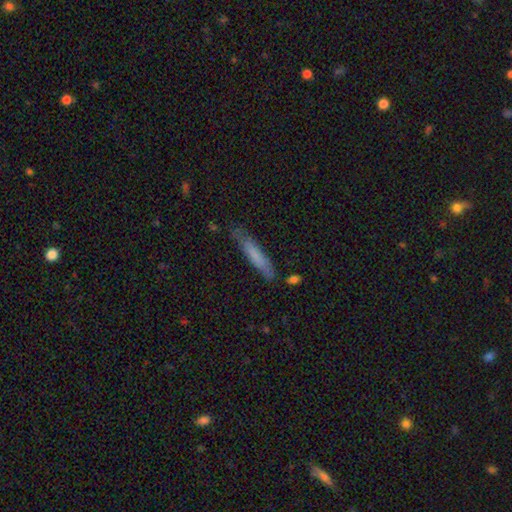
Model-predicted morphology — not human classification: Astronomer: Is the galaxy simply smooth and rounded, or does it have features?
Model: smooth — 71%.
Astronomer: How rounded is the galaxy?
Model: cigar-shaped — 90%.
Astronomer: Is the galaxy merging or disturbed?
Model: none — 74%.